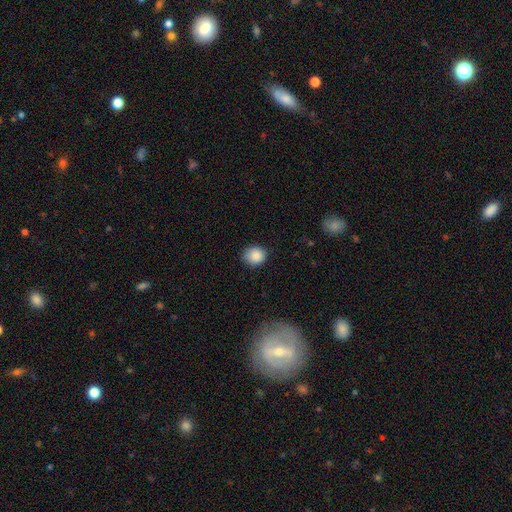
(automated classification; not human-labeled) smooth 87%, star or artifact 9%, featured or disk 4%. Down the decision tree: how rounded — round (80%); merging — none (80%).